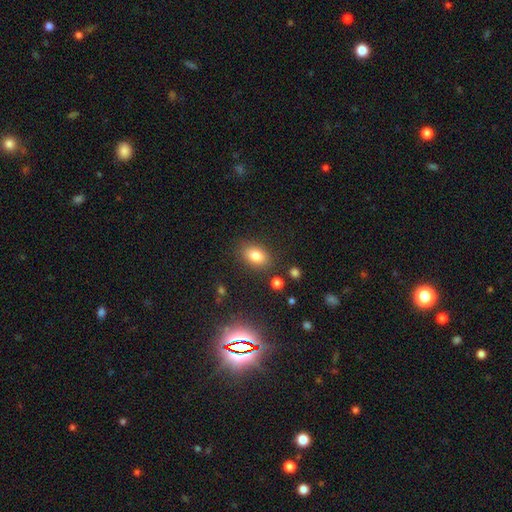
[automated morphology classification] Smooth or featured? Predicted: smooth (p=0.81). How rounded? Predicted: in between (p=0.84). Merging? Predicted: none (p=0.83).